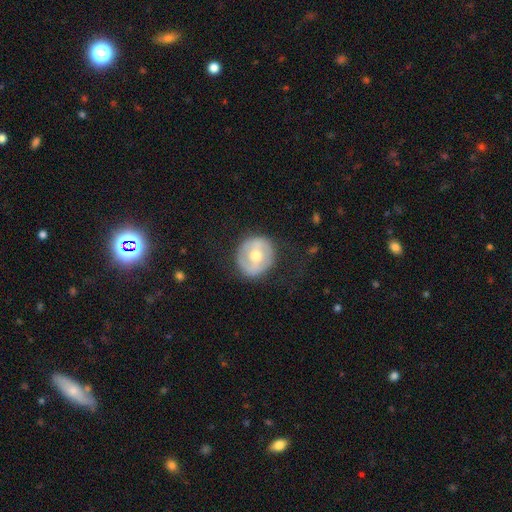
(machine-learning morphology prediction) This is possibly a featured or disk galaxy (52%). It is clearly not viewed edge-on (96%). Bar: marginally no (42%). Spiral arm pattern: possibly no (57%). Central bulge: likely moderate (76%). Merging: clearly none (81%).